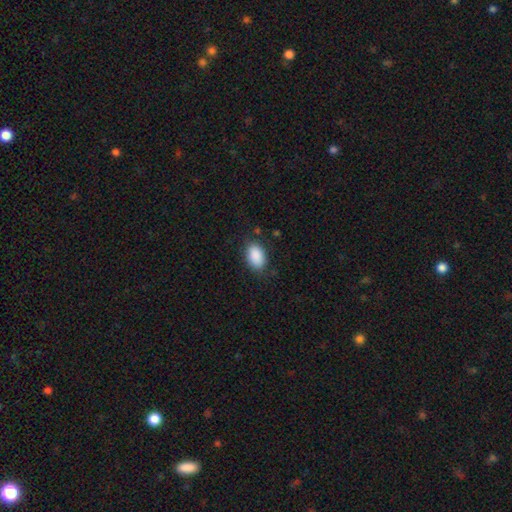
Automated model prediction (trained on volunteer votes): Smooth or featured? smooth (90%)
How rounded? in between (90%)
Merging? none (82%)